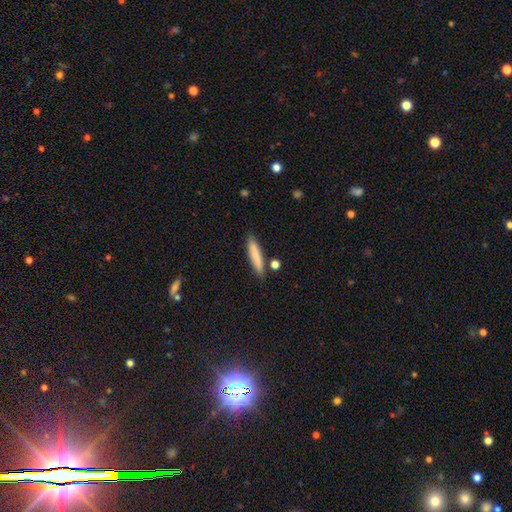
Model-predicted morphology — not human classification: Q: Smooth or featured?
A: smooth (81%); runner-up: featured or disk (12%)
Q: How rounded?
A: cigar-shaped (87%); runner-up: in between (12%)
Q: Merging?
A: none (82%); runner-up: minor disturbance (11%)